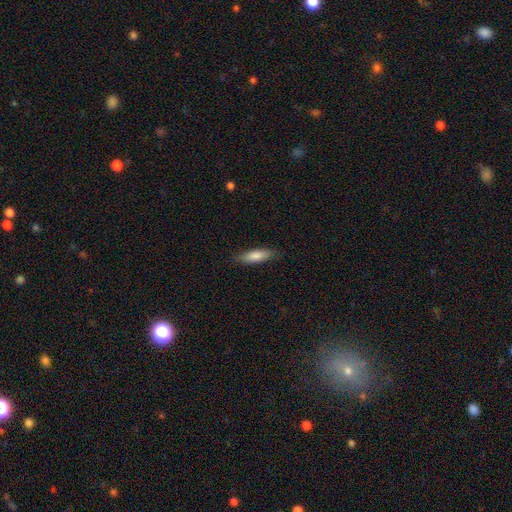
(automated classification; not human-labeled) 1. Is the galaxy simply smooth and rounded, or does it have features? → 81% smooth, 13% featured or disk, 6% star or artifact.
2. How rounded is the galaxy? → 50% cigar-shaped, 48% in between, 2% round.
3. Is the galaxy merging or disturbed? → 83% none, 13% minor disturbance, 3% major disturbance, 1% merger.